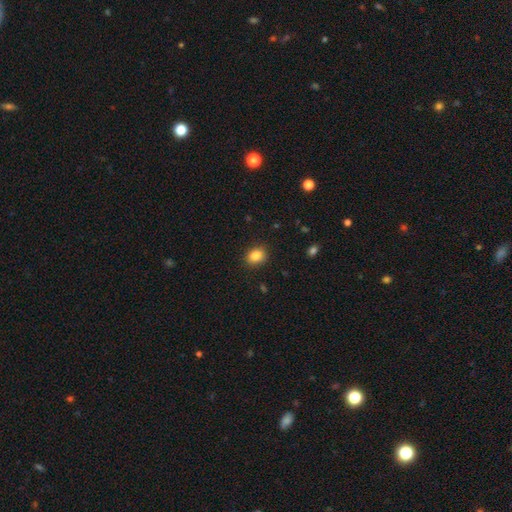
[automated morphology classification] Smooth or featured: smooth — 86% (star or artifact — 10%)
How rounded: in between — 50% (round — 49%)
Merging: none — 88% (minor disturbance — 8%)